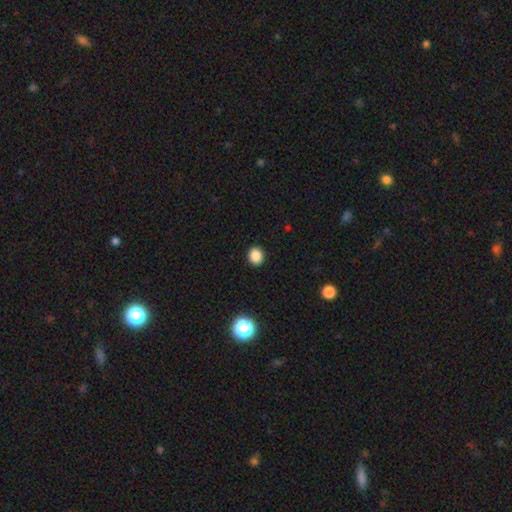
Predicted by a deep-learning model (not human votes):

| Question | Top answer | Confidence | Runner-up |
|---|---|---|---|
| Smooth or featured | smooth | 86% | star or artifact (11%) |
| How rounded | round | 73% | in between (26%) |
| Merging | none | 91% | minor disturbance (6%) |